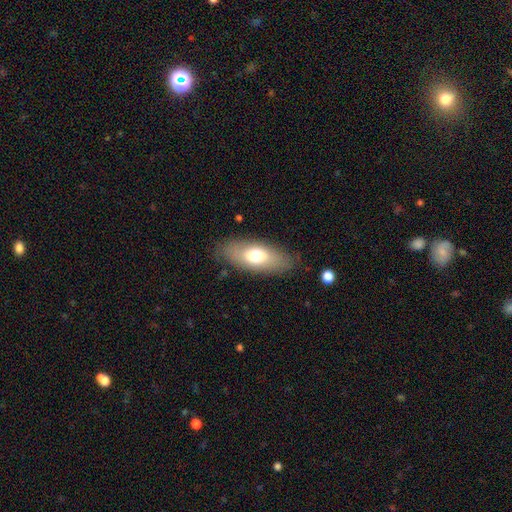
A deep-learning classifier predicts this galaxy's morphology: A smooth galaxy with no disk features (67%) that is in between round and cigar-shaped (82%).

Vote fractions:
- Smooth or featured? smooth: 67% / featured or disk: 26% / star or artifact: 7%
- How rounded? in between: 82% / cigar-shaped: 14% / round: 3%
- Merging? none: 81% / minor disturbance: 13% / major disturbance: 4% / merger: 1%